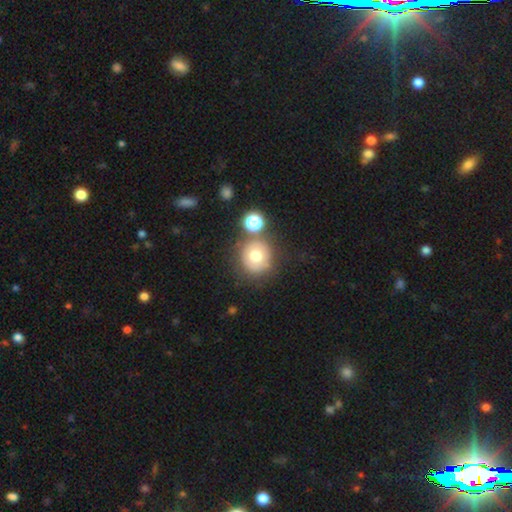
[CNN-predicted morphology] This is likely a smooth galaxy (67%). How rounded: clearly round (89%). Merging: likely none (69%).